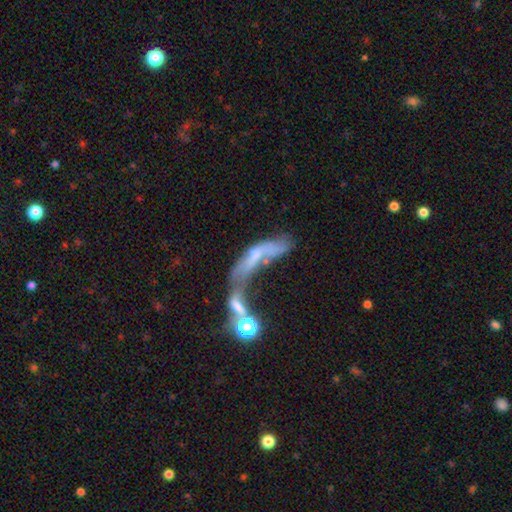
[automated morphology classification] This appears to be a featured or disk galaxy (45%). Merging: merger (63%).